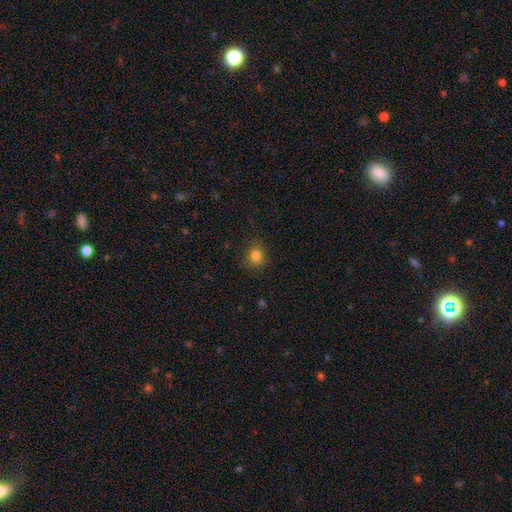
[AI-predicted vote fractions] Q: Smooth or featured?
A: smooth (81%); runner-up: star or artifact (13%)
Q: How rounded?
A: round (78%); runner-up: in between (21%)
Q: Merging?
A: none (83%); runner-up: minor disturbance (12%)